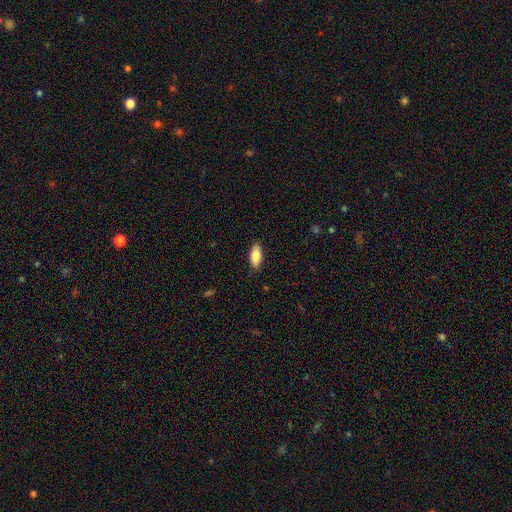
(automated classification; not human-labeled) Q: Smooth or featured?
A: smooth (80%); runner-up: featured or disk (13%)
Q: How rounded?
A: in between (82%); runner-up: cigar-shaped (16%)
Q: Merging?
A: none (87%); runner-up: minor disturbance (10%)